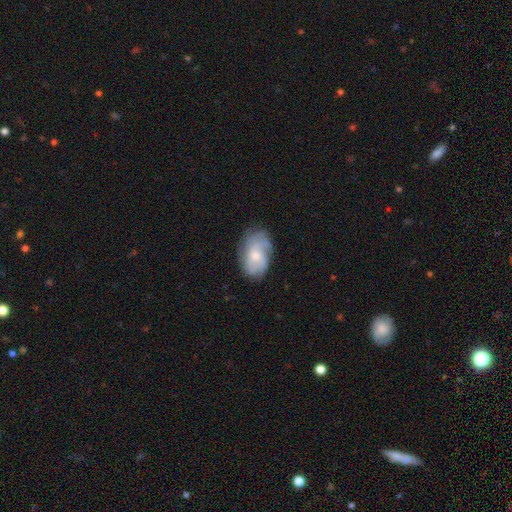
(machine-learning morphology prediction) Q: Smooth or featured?
A: smooth (50%); runner-up: featured or disk (43%)
Q: Merging?
A: none (61%); runner-up: minor disturbance (27%)